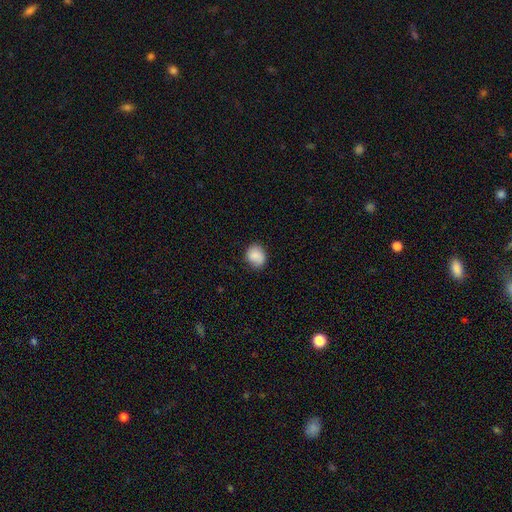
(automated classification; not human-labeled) This is clearly a smooth galaxy (85%). How rounded: likely round (64%). Merging: likely none (77%).